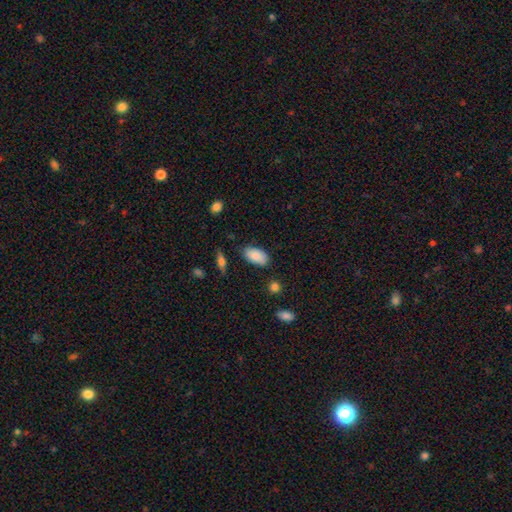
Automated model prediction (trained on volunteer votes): Q: Smooth or featured?
A: smooth (87%); runner-up: star or artifact (7%)
Q: How rounded?
A: in between (94%); runner-up: cigar-shaped (3%)
Q: Merging?
A: none (80%); runner-up: minor disturbance (15%)